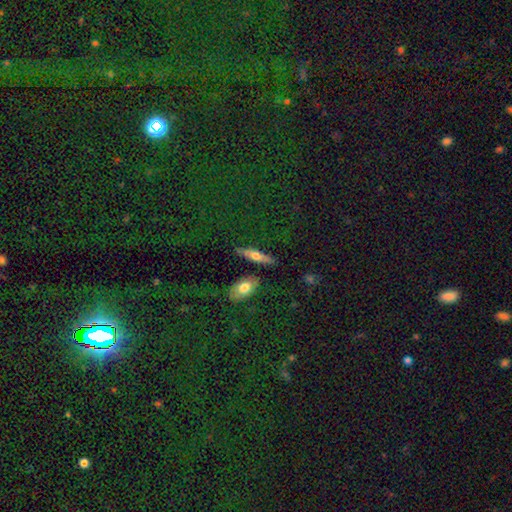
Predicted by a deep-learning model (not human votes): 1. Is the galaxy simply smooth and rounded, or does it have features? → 52% smooth, 39% featured or disk, 9% star or artifact.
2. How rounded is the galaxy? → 62% cigar-shaped, 33% in between, 6% round.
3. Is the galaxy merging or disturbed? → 81% none, 11% minor disturbance, 5% merger, 3% major disturbance.